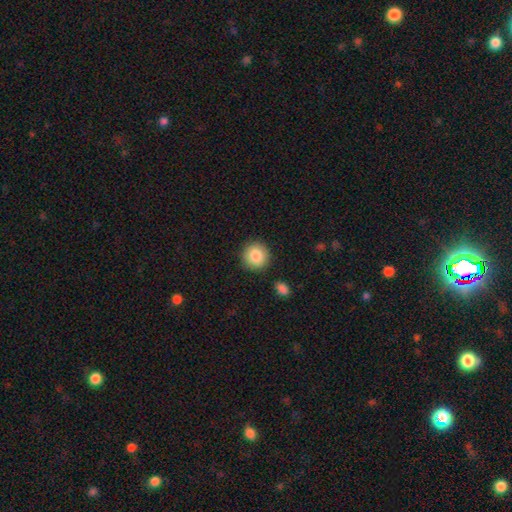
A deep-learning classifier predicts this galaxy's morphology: Smooth or featured? Predicted: smooth (p=0.85). How rounded? Predicted: round (p=0.92). Merging? Predicted: none (p=0.88).